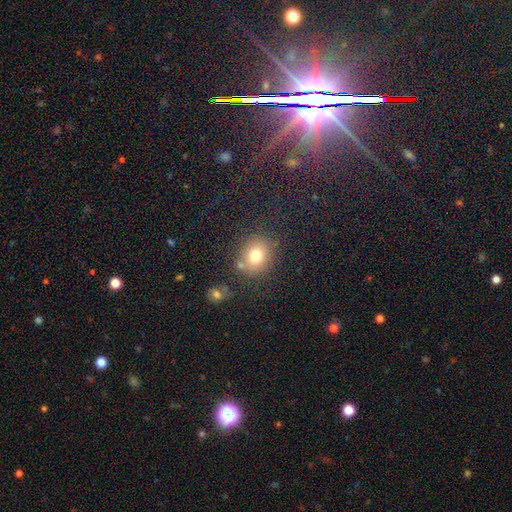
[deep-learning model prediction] The model was most divided on "how rounded": round: 72%, in between: 27%, cigar-shaped: 1%. More confident: smooth or featured — smooth (75%); merging — none (74%).